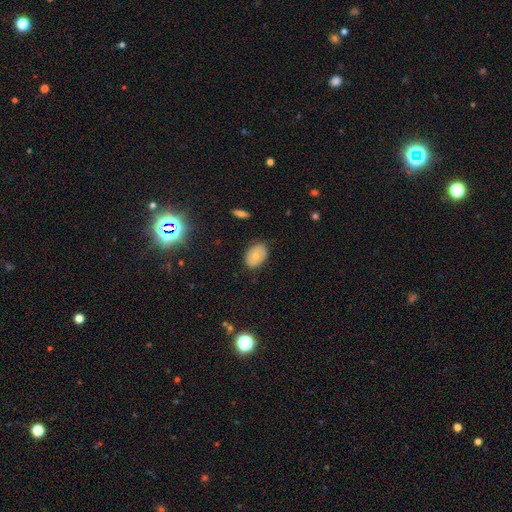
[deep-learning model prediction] Smooth or featured: smooth — 62% (featured or disk — 29%)
How rounded: in between — 81% (round — 18%)
Merging: none — 79% (minor disturbance — 16%)